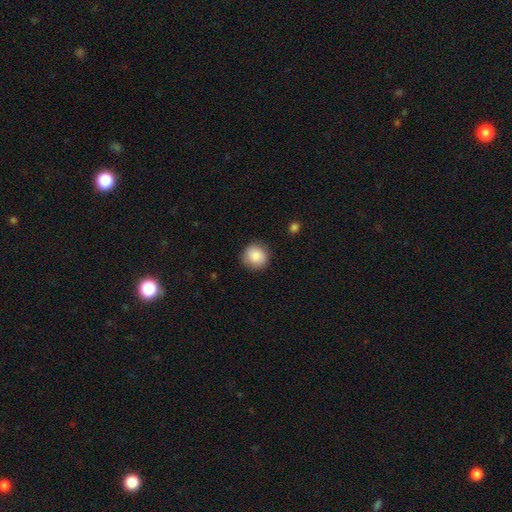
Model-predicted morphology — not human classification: smooth_or_featured: smooth (p=0.86) [alt: star or artifact p=0.08]
how_rounded: round (p=0.92) [alt: in between p=0.07]
merging: none (p=0.85) [alt: minor disturbance p=0.11]